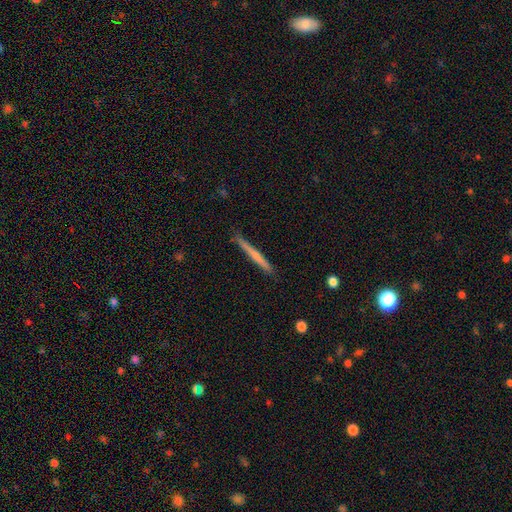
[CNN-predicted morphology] smooth-or-featured: smooth: 51% | featured or disk: 43% | star or artifact: 6%
  how-rounded: cigar-shaped: 96% | in between: 2% | round: 1%
  merging: none: 86% | minor disturbance: 11% | major disturbance: 2% | merger: 1%